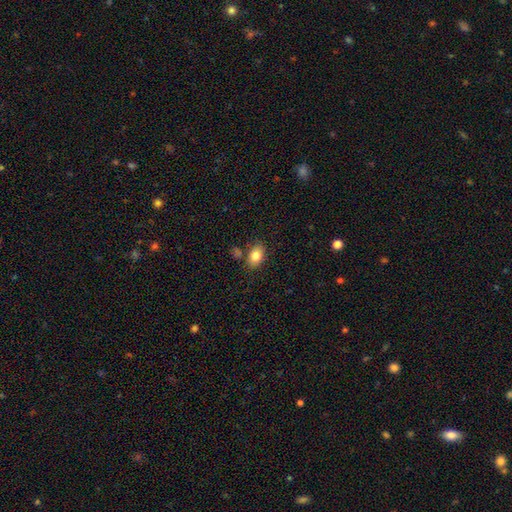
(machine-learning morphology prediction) smooth_or_featured: smooth (p=0.84) [alt: star or artifact p=0.08]
how_rounded: in between (p=0.83) [alt: round p=0.15]
merging: none (p=0.77) [alt: minor disturbance p=0.13]